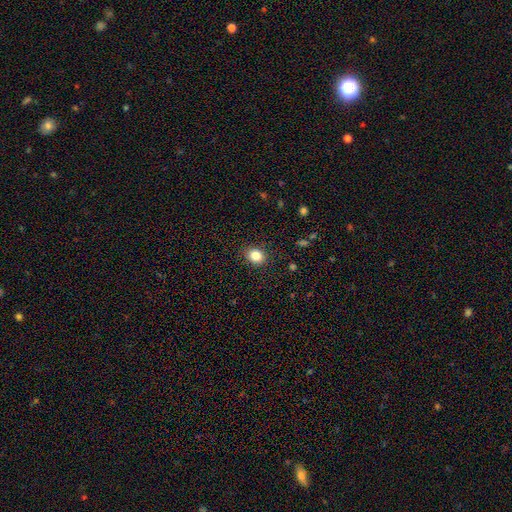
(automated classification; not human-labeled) smooth_or_featured: smooth (p=0.84) [alt: star or artifact p=0.11]
how_rounded: round (p=0.62) [alt: in between p=0.37]
merging: none (p=0.89) [alt: minor disturbance p=0.08]